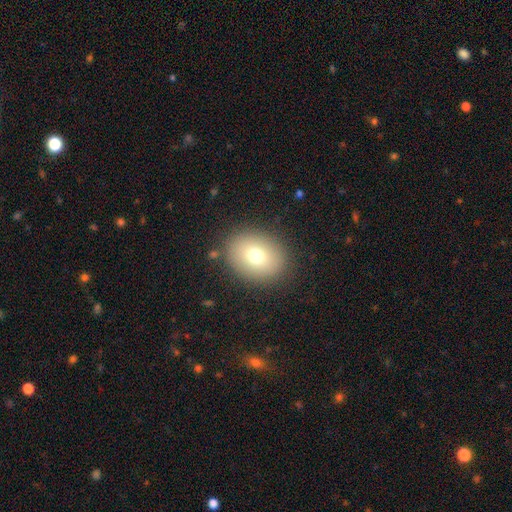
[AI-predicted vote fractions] This appears to be a smooth galaxy with no disk features (74%) that is round (50%). Merging: none (87%).